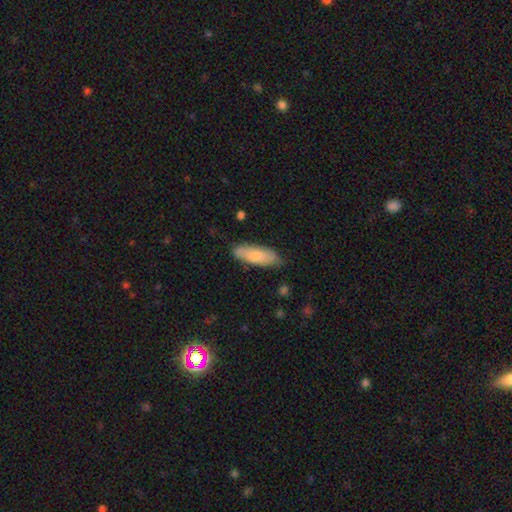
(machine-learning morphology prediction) The model was most divided on "how rounded": in between: 64%, cigar-shaped: 35%, round: 2%. More confident: merging — none (78%); smooth or featured — smooth (78%).